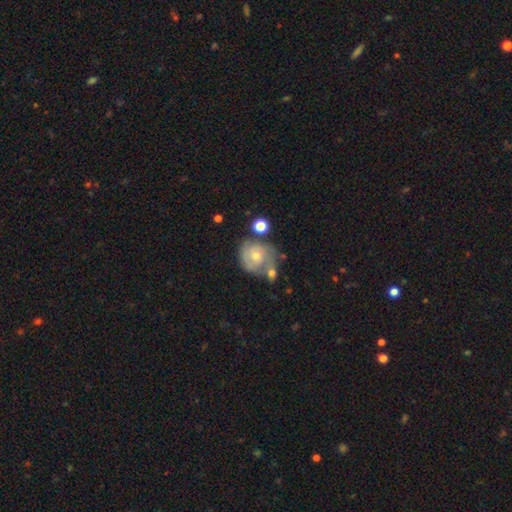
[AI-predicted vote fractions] featured or disk 56%, smooth 35%, star or artifact 9%. Down the decision tree: edge-on disk — no (97%); bar — no (79%); spiral arms — yes (73%); bulge size — moderate (53%); merging — none (50%).